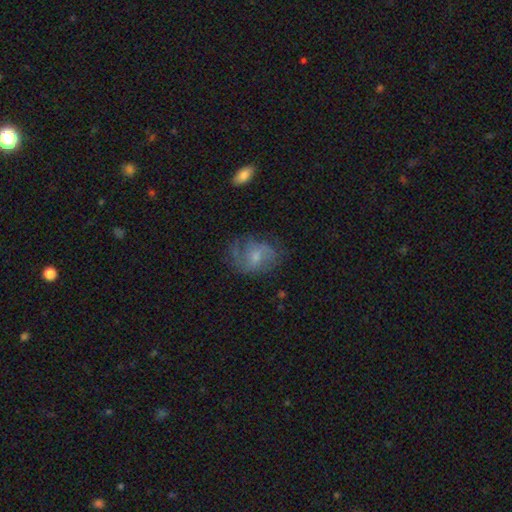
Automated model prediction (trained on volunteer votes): This is possibly a featured or disk galaxy (59%). It is clearly not viewed edge-on (97%). Bar: possibly no (50%). Spiral arm pattern: clearly yes (82%). Central bulge: possibly small (46%). Merging: possibly none (56%).